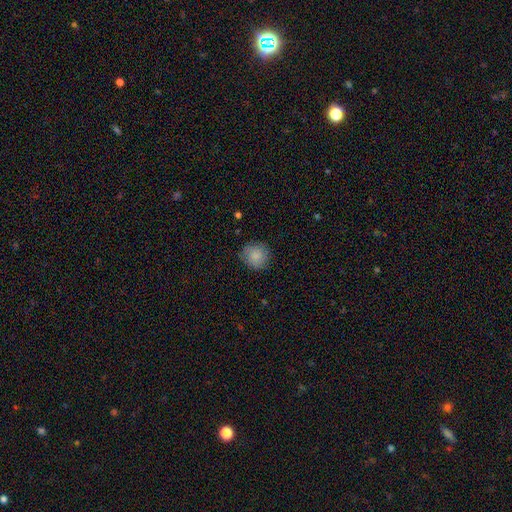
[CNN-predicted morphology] Q: Smooth or featured?
A: smooth (84%); runner-up: featured or disk (8%)
Q: How rounded?
A: round (90%); runner-up: in between (9%)
Q: Merging?
A: none (81%); runner-up: minor disturbance (14%)